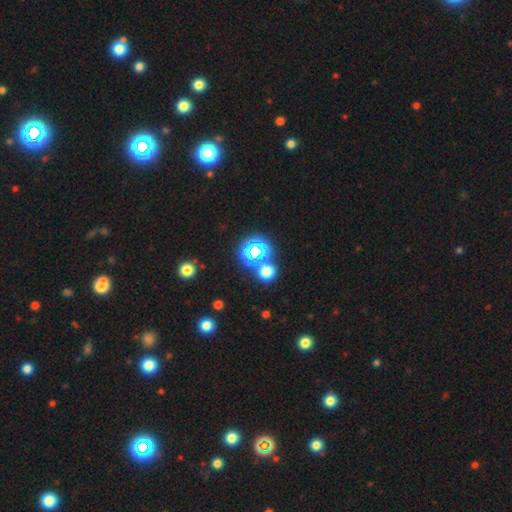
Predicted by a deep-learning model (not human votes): A star or artifact, not a galaxy (58%).

Vote fractions:
- Smooth or featured? star or artifact: 58% / smooth: 36% / featured or disk: 7%